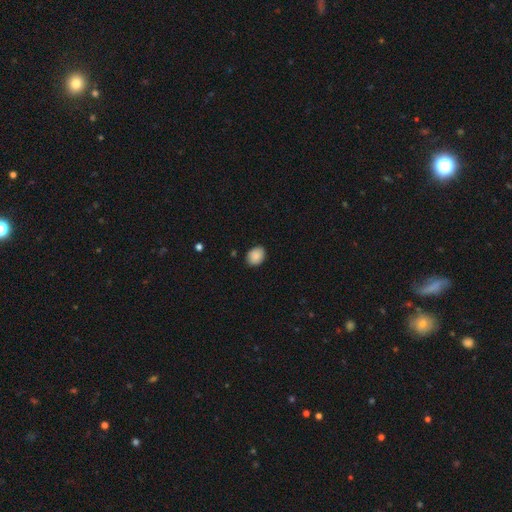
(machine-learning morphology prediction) Smooth or featured? Predicted: smooth (p=0.89). How rounded? Predicted: in between (p=0.65). Merging? Predicted: none (p=0.84).